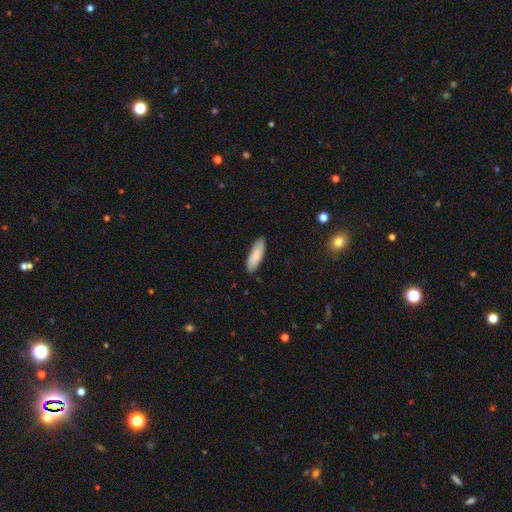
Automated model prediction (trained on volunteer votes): This appears to be a smooth galaxy with no disk features (85%) that is in between round and cigar-shaped (59%). Merging: none (86%).